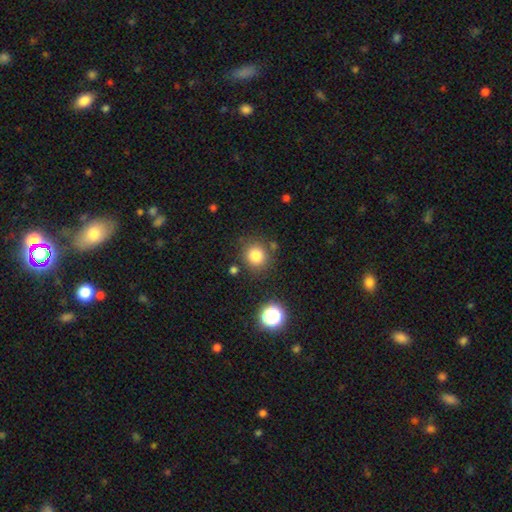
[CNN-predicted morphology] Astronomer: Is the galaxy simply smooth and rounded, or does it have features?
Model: smooth — 82%.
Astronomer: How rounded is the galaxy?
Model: round — 87%.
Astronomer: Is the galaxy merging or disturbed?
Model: none — 82%.